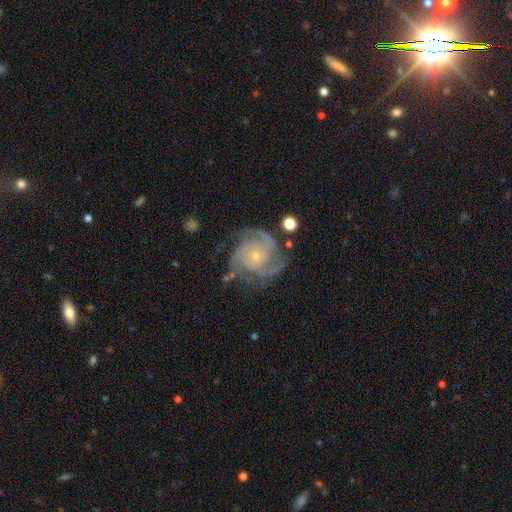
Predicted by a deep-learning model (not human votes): A featured or disk galaxy (90%) with no bar (77%), 3 (50%) tight (56%) spiral arms (98%) and a small central bulge (77%). Merging: none (69%).